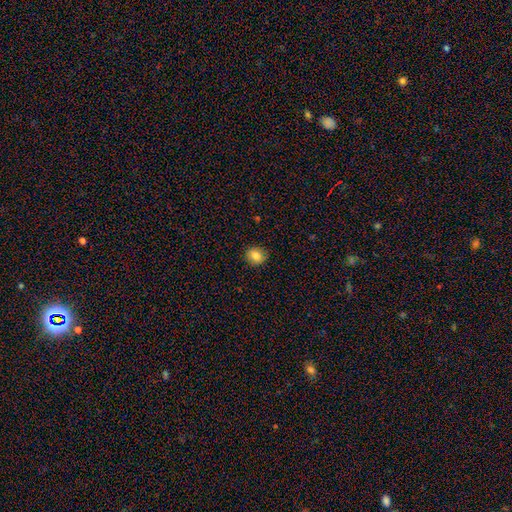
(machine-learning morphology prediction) smooth-or-featured: smooth: 84% | star or artifact: 10% | featured or disk: 6%
  how-rounded: round: 74% | in between: 25% | cigar-shaped: 1%
  merging: none: 89% | minor disturbance: 8% | major disturbance: 2% | merger: 1%